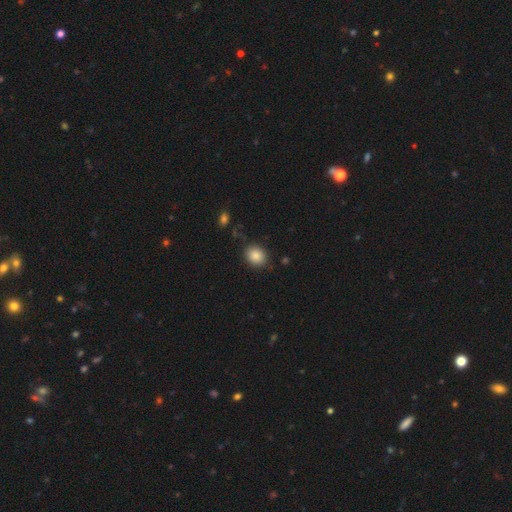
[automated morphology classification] This is clearly a smooth galaxy (86%). How rounded: likely round (60%). Merging: clearly none (84%).